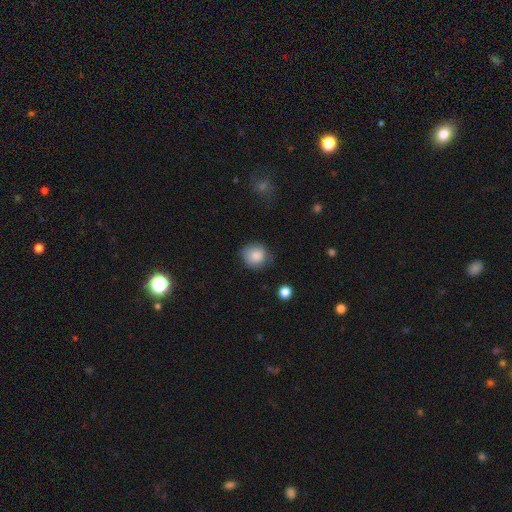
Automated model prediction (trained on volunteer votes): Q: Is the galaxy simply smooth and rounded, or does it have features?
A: smooth — 86%.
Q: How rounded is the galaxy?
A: round — 81%.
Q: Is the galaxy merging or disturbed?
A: none — 69%.